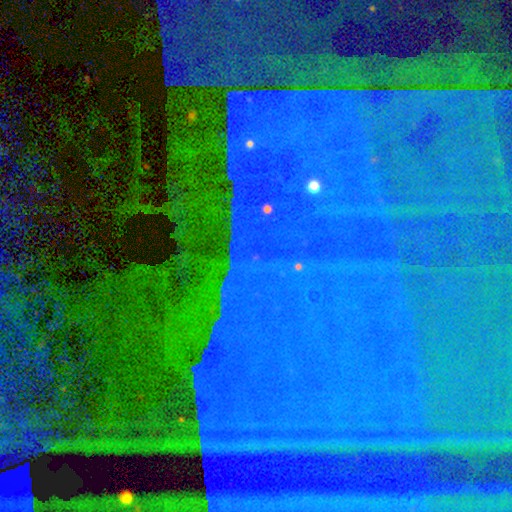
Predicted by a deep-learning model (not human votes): This appears to be a star or artifact, not a galaxy (72%).